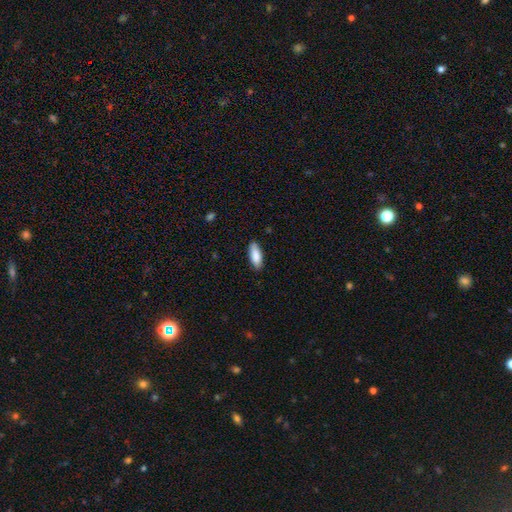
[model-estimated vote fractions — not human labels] Smooth or featured? Predicted: smooth (p=0.88). How rounded? Predicted: in between (p=0.72). Merging? Predicted: none (p=0.86).